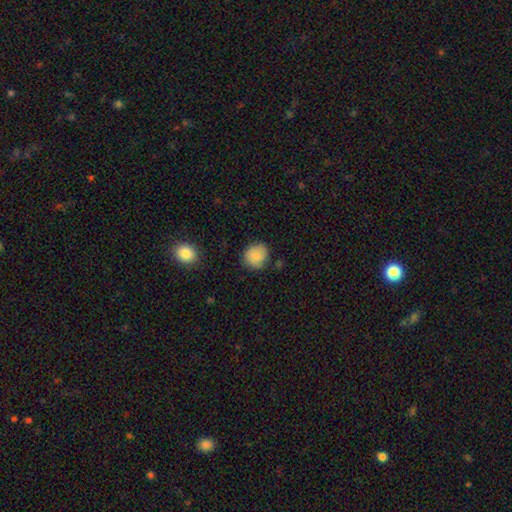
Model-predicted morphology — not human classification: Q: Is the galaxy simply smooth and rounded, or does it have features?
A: smooth — 85%.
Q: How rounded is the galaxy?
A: round — 84%.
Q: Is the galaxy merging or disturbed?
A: none — 80%.